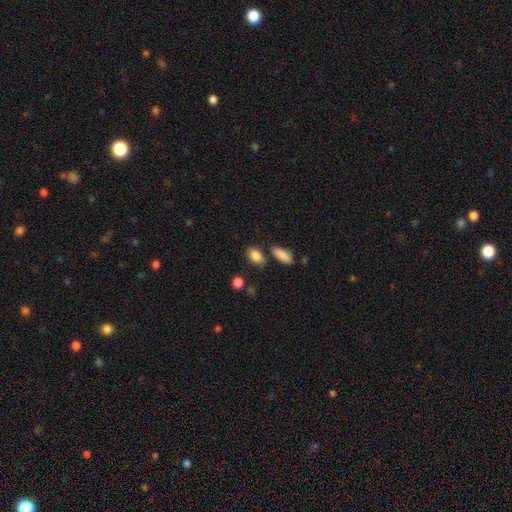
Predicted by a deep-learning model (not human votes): A smooth galaxy with no disk features (87%) that is in between round and cigar-shaped (86%).

Vote fractions:
- Smooth or featured? smooth: 87% / star or artifact: 8% / featured or disk: 5%
- How rounded? in between: 86% / round: 11% / cigar-shaped: 3%
- Merging? none: 73% / minor disturbance: 14% / merger: 10% / major disturbance: 4%